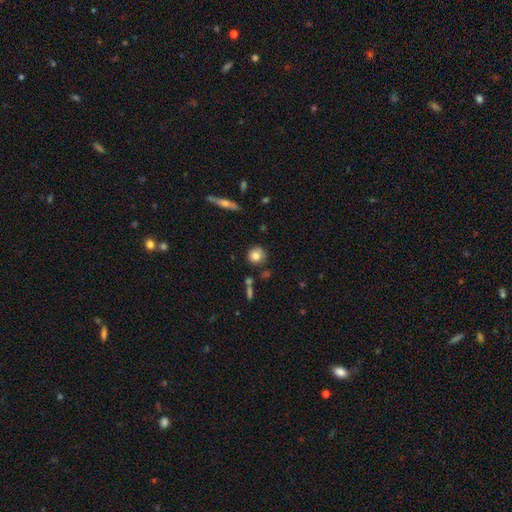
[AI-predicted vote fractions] A smooth galaxy with no disk features (81%) that is round (87%). Merging: none (78%).